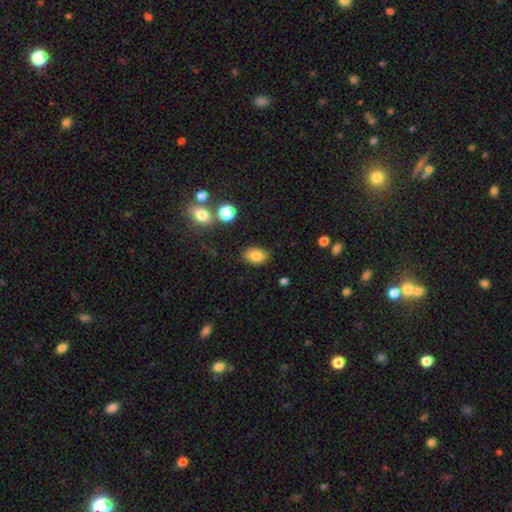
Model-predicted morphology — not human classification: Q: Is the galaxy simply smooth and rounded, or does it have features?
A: smooth — 83%.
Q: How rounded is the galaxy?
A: in between — 82%.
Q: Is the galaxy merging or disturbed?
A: none — 85%.